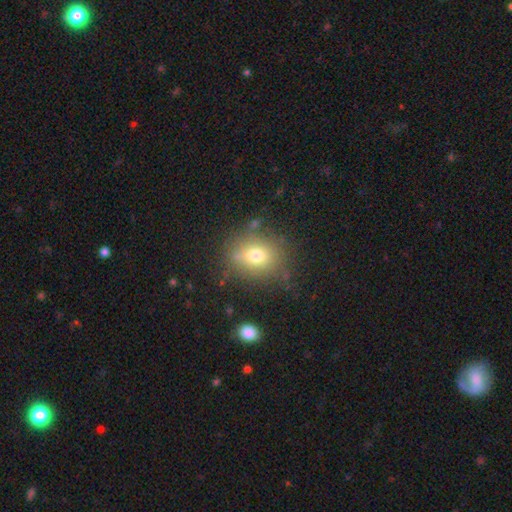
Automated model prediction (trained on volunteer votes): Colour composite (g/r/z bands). It shows a smooth galaxy with no disk features (73%) that is round (61%). Merging: none (75%).